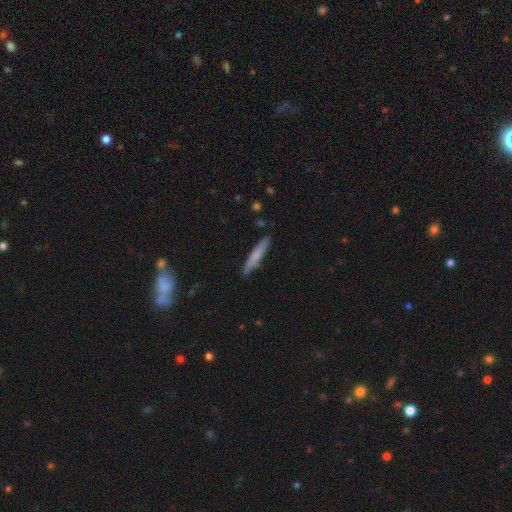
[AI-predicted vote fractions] Smooth or featured? Predicted: smooth (p=0.62). How rounded? Predicted: cigar-shaped (p=0.93). Merging? Predicted: none (p=0.88).